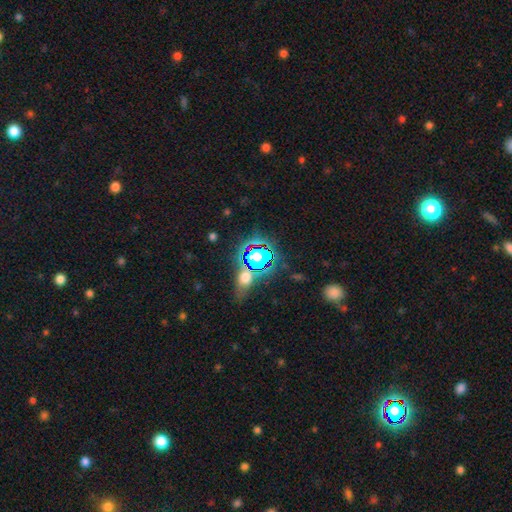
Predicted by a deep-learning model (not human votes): A star or artifact, not a galaxy (57%).